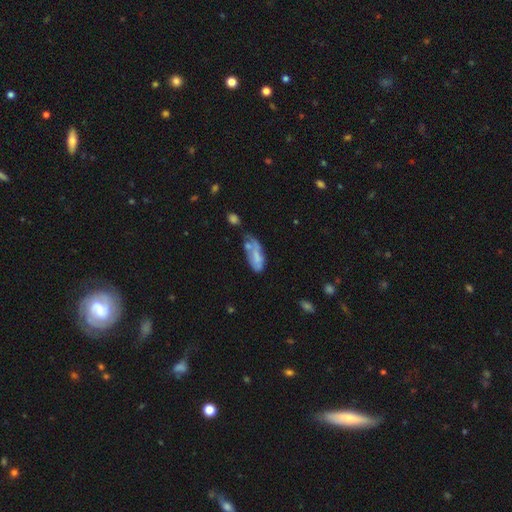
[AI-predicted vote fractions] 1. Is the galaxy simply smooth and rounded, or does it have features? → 53% smooth, 38% featured or disk, 8% star or artifact.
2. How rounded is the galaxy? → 74% in between, 23% cigar-shaped, 2% round.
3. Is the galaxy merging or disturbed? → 30% none (tied), 30% minor disturbance (tied), 21% major disturbance, 19% merger.